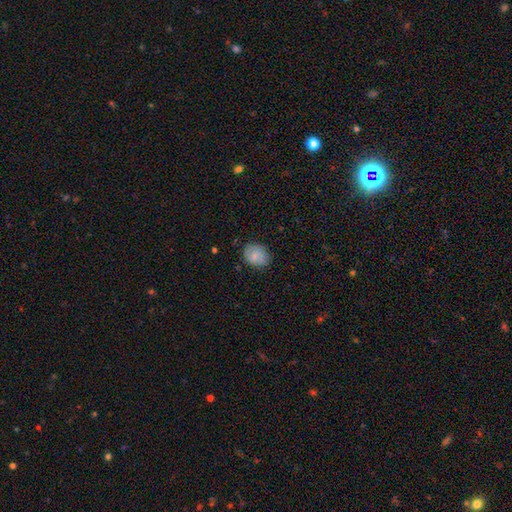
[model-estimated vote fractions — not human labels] A smooth galaxy with no disk features (77%) that is in between round and cigar-shaped (54%). Merging: none (78%).